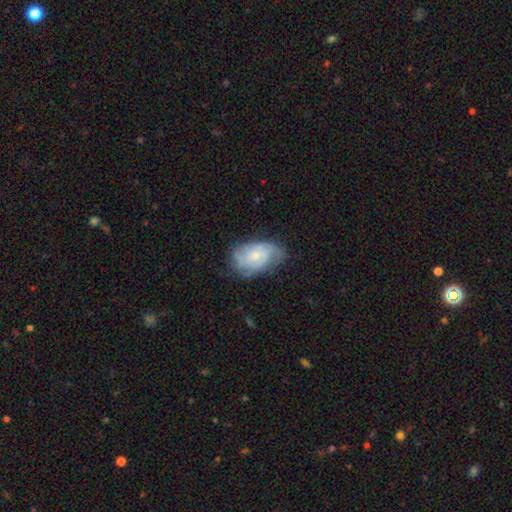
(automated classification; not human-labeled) Q: Smooth or featured?
A: featured or disk (64%); runner-up: smooth (29%)
Q: Edge-on disk?
A: no (97%); runner-up: yes (3%)
Q: Bar?
A: no (71%); runner-up: weak (25%)
Q: Spiral arms?
A: yes (88%); runner-up: no (12%)
Q: Spiral winding?
A: tight (46%); runner-up: medium (39%)
Q: Spiral arm count?
A: can't tell (36%); runner-up: 2 (24%)
Q: Bulge size?
A: small (59%); runner-up: moderate (34%)
Q: Merging?
A: none (59%); runner-up: minor disturbance (29%)